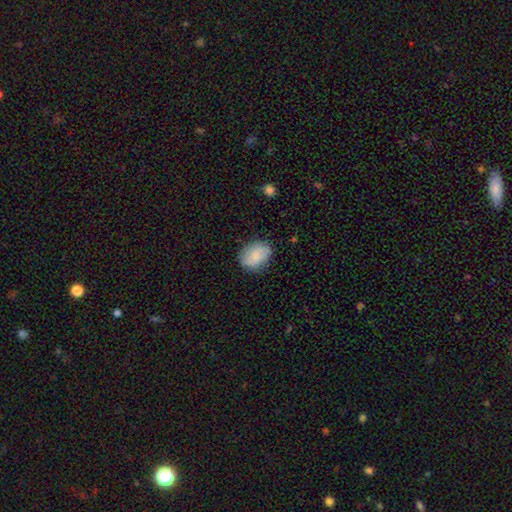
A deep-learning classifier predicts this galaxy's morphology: This is likely a smooth galaxy (67%). How rounded: likely in between (69%). Merging: likely none (74%).